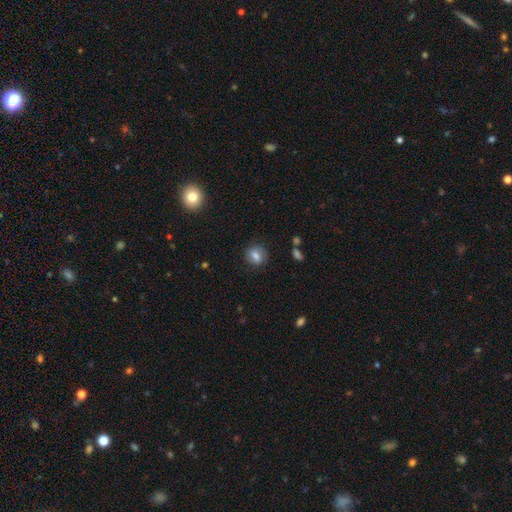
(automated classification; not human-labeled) Q: Smooth or featured?
A: smooth (72%); runner-up: featured or disk (18%)
Q: How rounded?
A: round (68%); runner-up: in between (31%)
Q: Merging?
A: none (81%); runner-up: minor disturbance (13%)